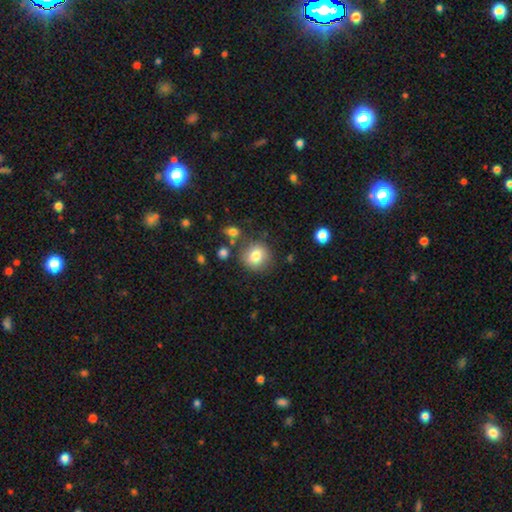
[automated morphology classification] A smooth galaxy with no disk features (79%) that is round (89%). Merging: none (82%).